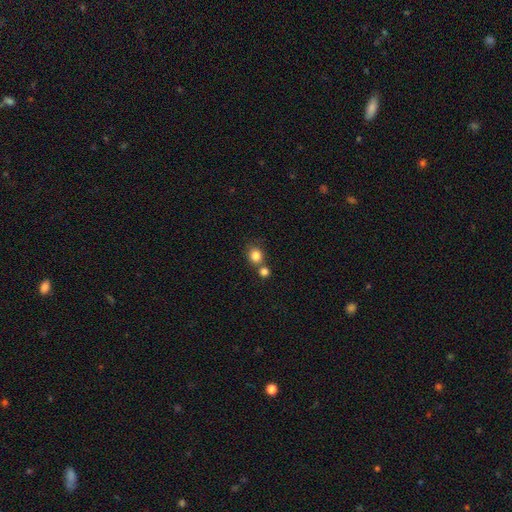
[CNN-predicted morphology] Smooth or featured? smooth (83%)
How rounded? round (82%)
Merging? none (58%)